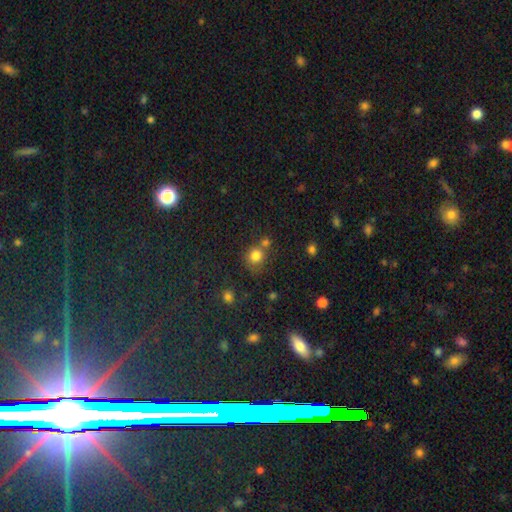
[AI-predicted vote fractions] smooth 79%, star or artifact 14%, featured or disk 8%. Down the decision tree: how rounded — round (85%); merging — none (54%).